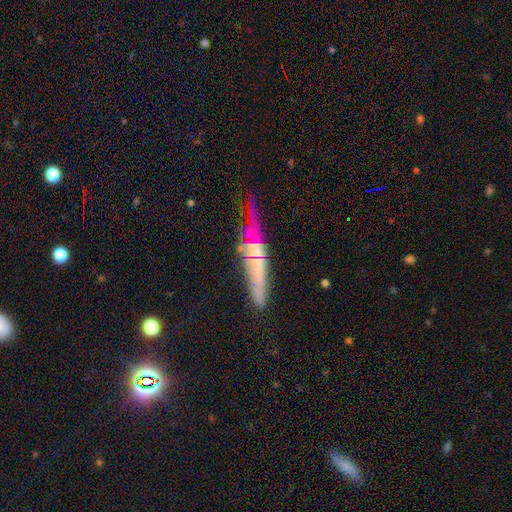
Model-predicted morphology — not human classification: This appears to be a featured or disk galaxy (52%) viewed edge-on (81%). Merging: none (49%).